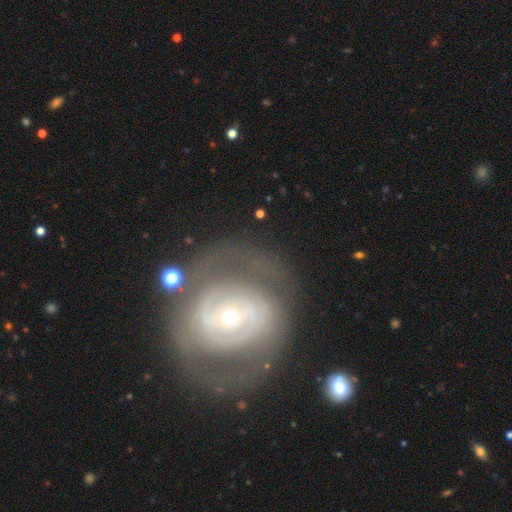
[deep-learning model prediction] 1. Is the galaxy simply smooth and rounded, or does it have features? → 73% featured or disk, 19% smooth, 8% star or artifact.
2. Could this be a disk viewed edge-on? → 96% no, 4% yes.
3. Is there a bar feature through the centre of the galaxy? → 55% no, 28% weak, 18% strong.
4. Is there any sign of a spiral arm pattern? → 65% yes, 35% no.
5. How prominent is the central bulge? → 68% small, 27% moderate, 3% large, 1% dominant, 1% none.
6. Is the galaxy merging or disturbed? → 68% none, 14% minor disturbance, 14% major disturbance, 3% merger.